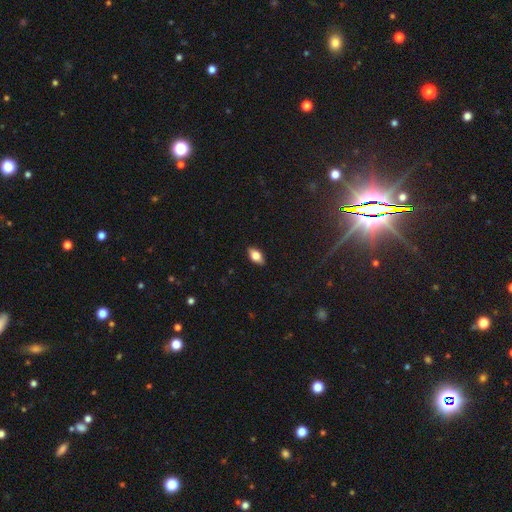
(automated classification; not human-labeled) smooth_or_featured: smooth (p=0.69) [alt: featured or disk p=0.23]
how_rounded: in between (p=0.87) [alt: cigar-shaped p=0.08]
merging: none (p=0.88) [alt: minor disturbance p=0.09]